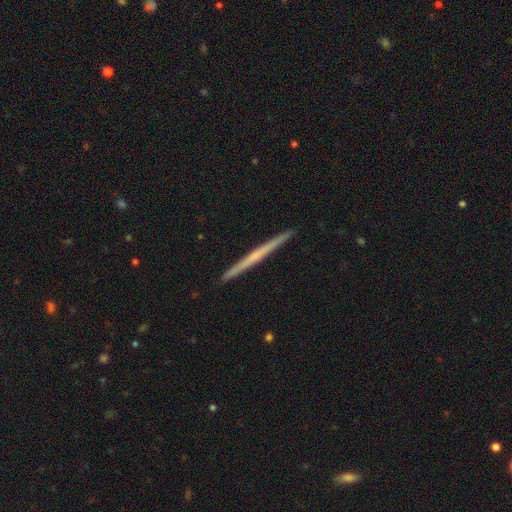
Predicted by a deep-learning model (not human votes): Smooth or featured? featured or disk (63%)
Edge-on disk? yes (98%)
Edge-on bulge? none (77%)
Merging? none (93%)